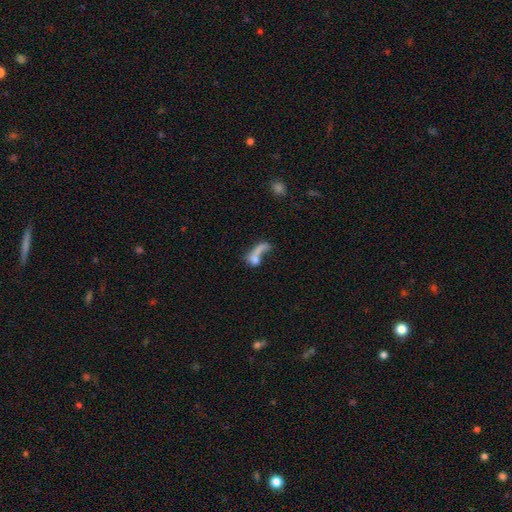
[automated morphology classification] A smooth galaxy with no disk features (56%) that is in between round and cigar-shaped (54%).

Vote fractions:
- Smooth or featured? smooth: 56% / featured or disk: 32% / star or artifact: 12%
- How rounded? in between: 54% / cigar-shaped: 24% / round: 22%
- Merging? merger: 43% / major disturbance: 27% / none: 21% / minor disturbance: 9%